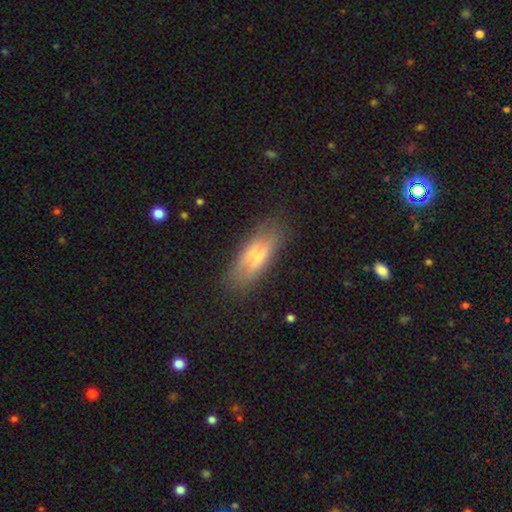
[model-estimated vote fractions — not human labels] This is likely a smooth galaxy (61%). How rounded: likely in between (63%). Merging: likely none (74%).